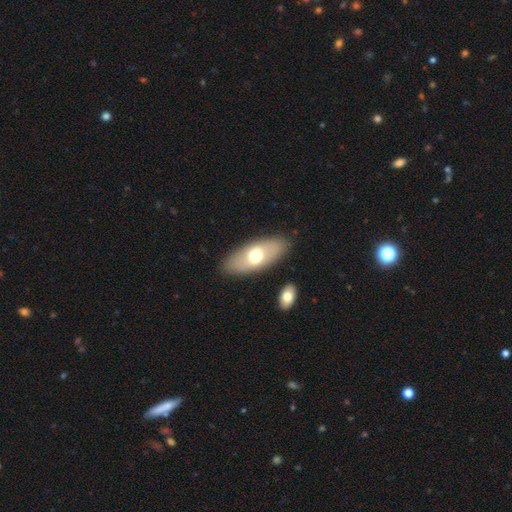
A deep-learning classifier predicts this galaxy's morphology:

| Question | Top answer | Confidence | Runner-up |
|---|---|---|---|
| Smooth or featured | smooth | 61% | featured or disk (33%) |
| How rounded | in between | 86% | cigar-shaped (11%) |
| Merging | none | 85% | minor disturbance (10%) |